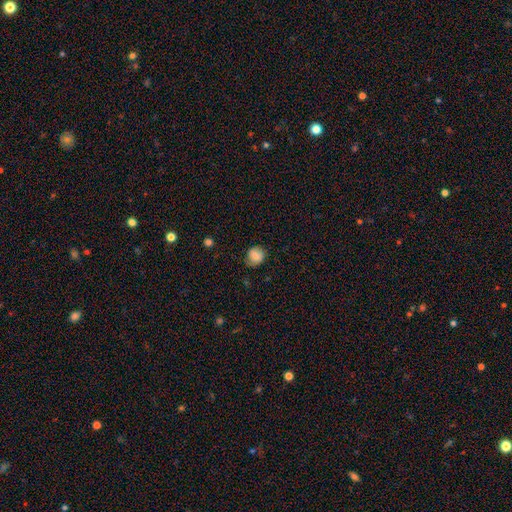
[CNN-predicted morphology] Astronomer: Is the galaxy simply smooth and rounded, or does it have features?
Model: smooth — 81%.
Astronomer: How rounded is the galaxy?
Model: round — 76%.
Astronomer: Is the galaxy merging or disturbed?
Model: none — 72%.